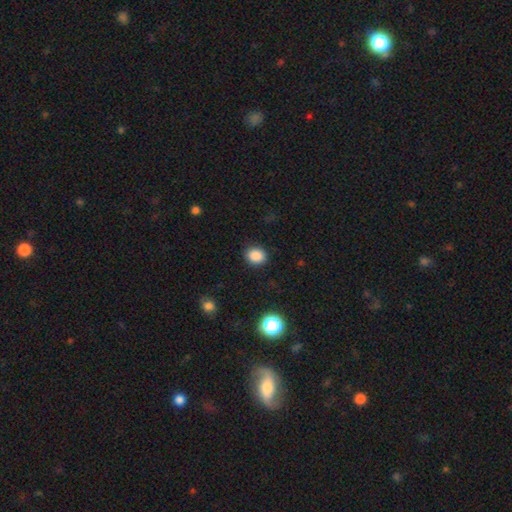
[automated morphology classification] This appears to be a smooth galaxy with no disk features (87%) that is round (58%). Merging: none (88%).